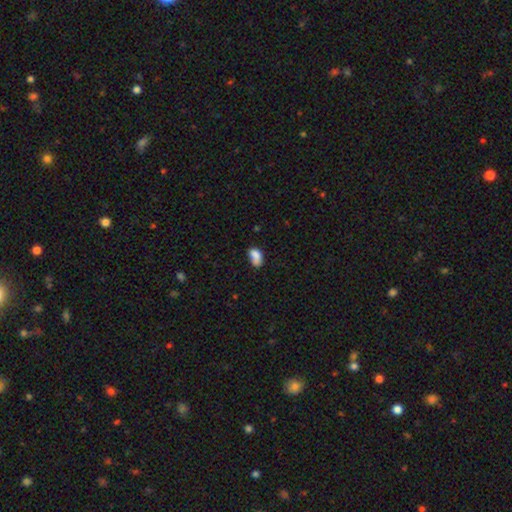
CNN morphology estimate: A smooth galaxy with no disk features (80%) that is in between round and cigar-shaped (89%). Merging: none (43%).